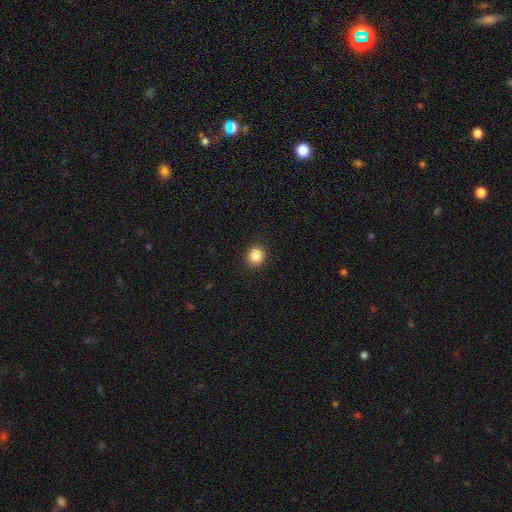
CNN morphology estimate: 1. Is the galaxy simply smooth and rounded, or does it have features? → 85% smooth, 10% star or artifact, 4% featured or disk.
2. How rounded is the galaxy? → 87% round, 12% in between, 1% cigar-shaped.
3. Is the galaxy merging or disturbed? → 92% none, 5% minor disturbance, 2% major disturbance, 1% merger.